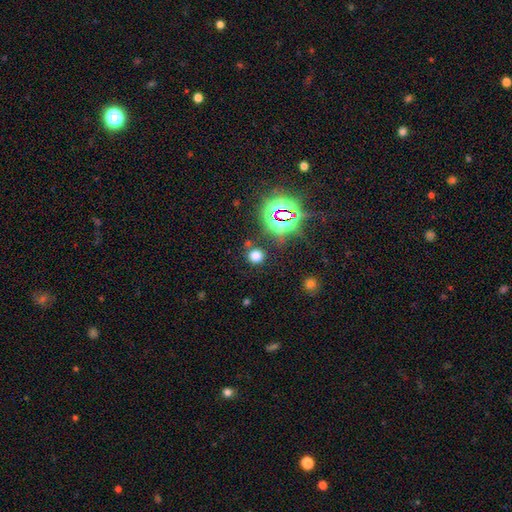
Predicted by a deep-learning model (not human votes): smooth-or-featured: smooth: 65% | star or artifact: 29% | featured or disk: 6%
  how-rounded: round: 88% | in between: 11% | cigar-shaped: 1%
  merging: none: 82% | minor disturbance: 8% | merger: 6% | major disturbance: 4%